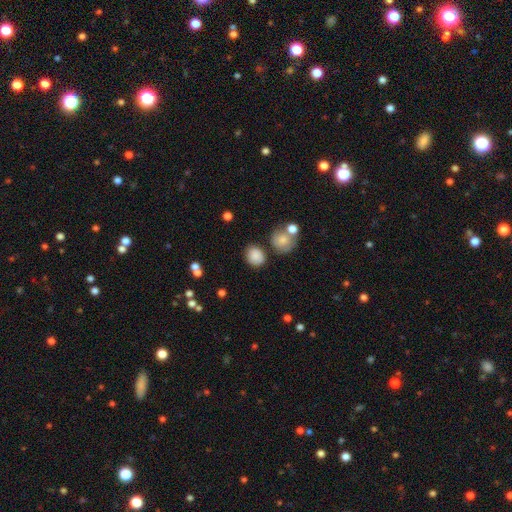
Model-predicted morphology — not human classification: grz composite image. It shows a smooth galaxy with no disk features (86%) that is round (68%). Merging: none (77%).